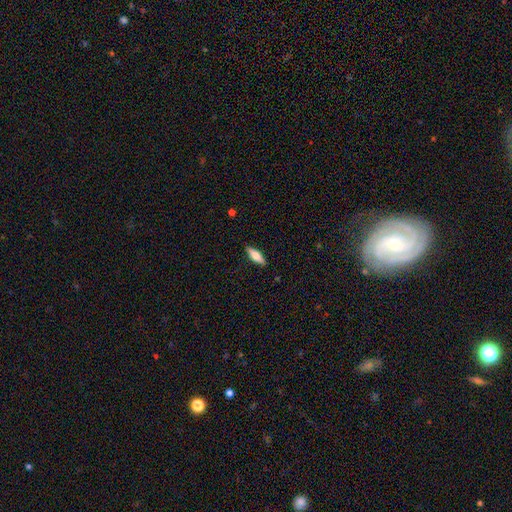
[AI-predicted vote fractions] Smooth or featured? smooth (65%)
How rounded? in between (55%)
Merging? none (87%)